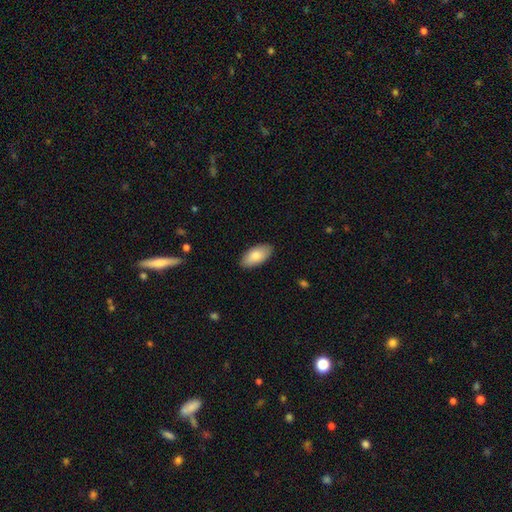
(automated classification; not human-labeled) A smooth galaxy with no disk features (83%) that is in between round and cigar-shaped (94%). Merging: none (88%).